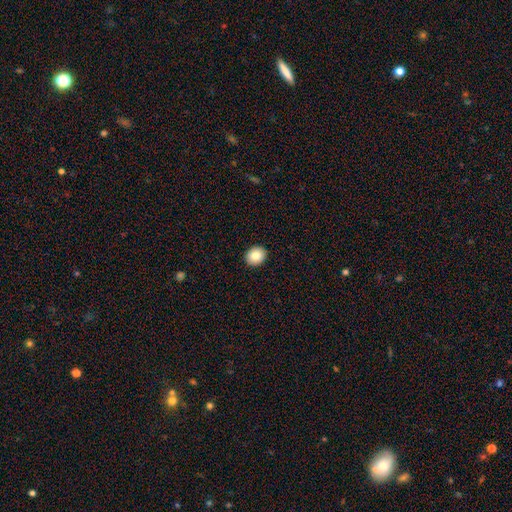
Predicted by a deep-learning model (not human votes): Smooth or featured? smooth (82%)
How rounded? round (69%)
Merging? none (92%)